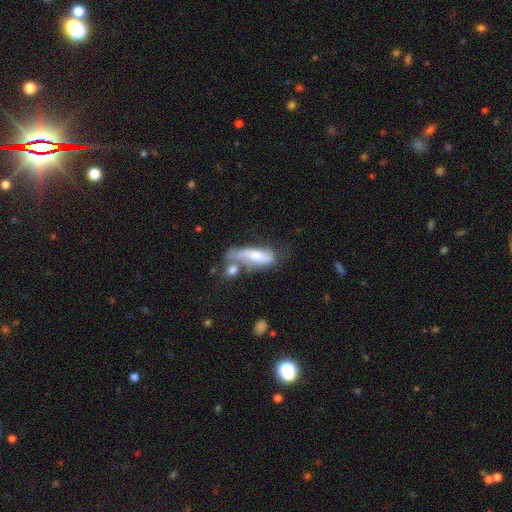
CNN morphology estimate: Smooth or featured? Predicted: smooth (p=0.48). Merging? Predicted: merger (p=0.35).